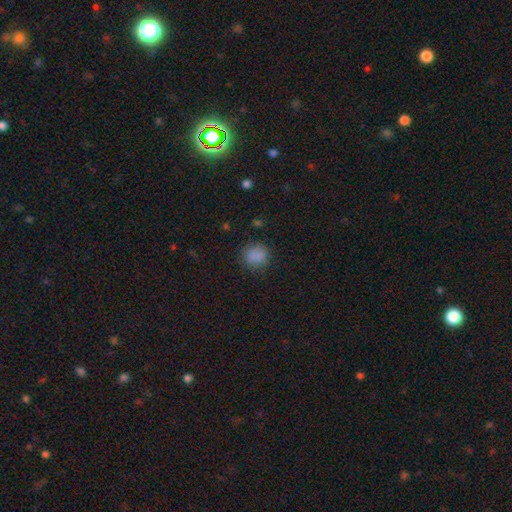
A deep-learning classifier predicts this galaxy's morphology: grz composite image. It shows a smooth galaxy with no disk features (85%) that is round (86%). Merging: none (83%).